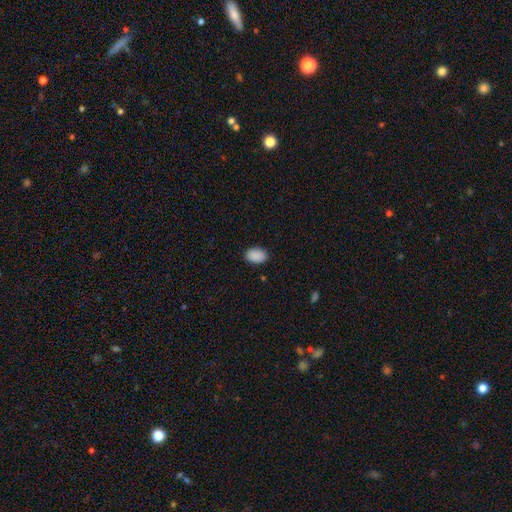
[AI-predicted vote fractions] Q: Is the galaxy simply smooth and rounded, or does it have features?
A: smooth — 90%.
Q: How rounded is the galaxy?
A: in between — 86%.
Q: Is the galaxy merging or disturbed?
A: none — 88%.